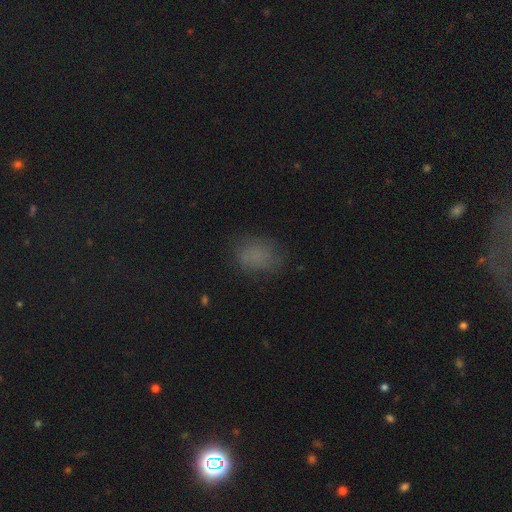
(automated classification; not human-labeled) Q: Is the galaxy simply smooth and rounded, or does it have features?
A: smooth — 70%.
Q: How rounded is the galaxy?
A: in between — 65%.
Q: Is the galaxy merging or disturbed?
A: none — 68%.